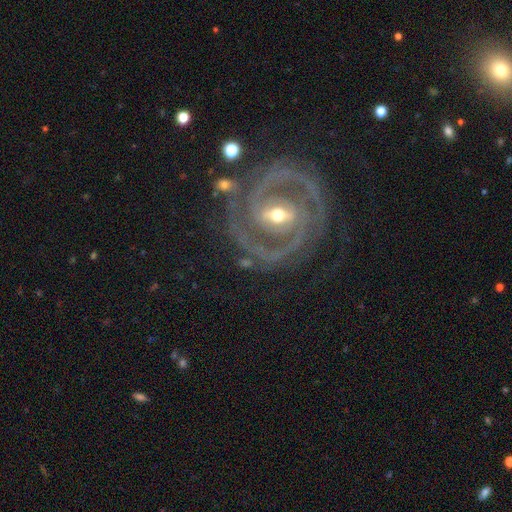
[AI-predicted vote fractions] This is clearly a featured or disk galaxy (92%). It is clearly not viewed edge-on (97%). Bar: marginally strong (43%). Spiral arm pattern: clearly yes (98%). Spiral arm count: clearly 2 (82%). Spiral winding: likely tight (64%). Central bulge: possibly moderate (54%). Merging: likely none (78%).